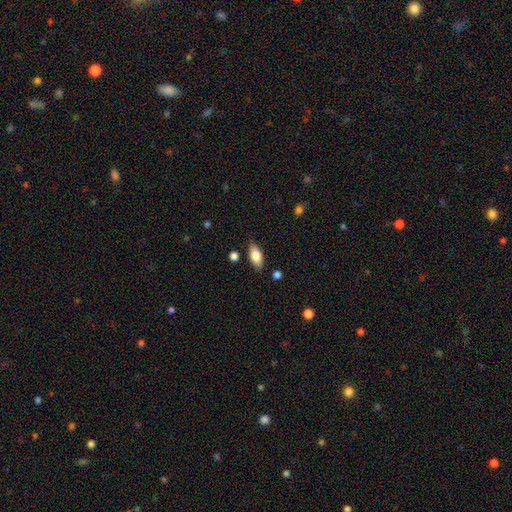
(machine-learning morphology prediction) Smooth or featured?
  - smooth: 78% *
  - featured or disk: 15%
  - star or artifact: 7%
How rounded?
  - in between: 88% *
  - cigar-shaped: 9%
  - round: 3%
Merging?
  - none: 85% *
  - minor disturbance: 11%
  - major disturbance: 2%
  - merger: 2%